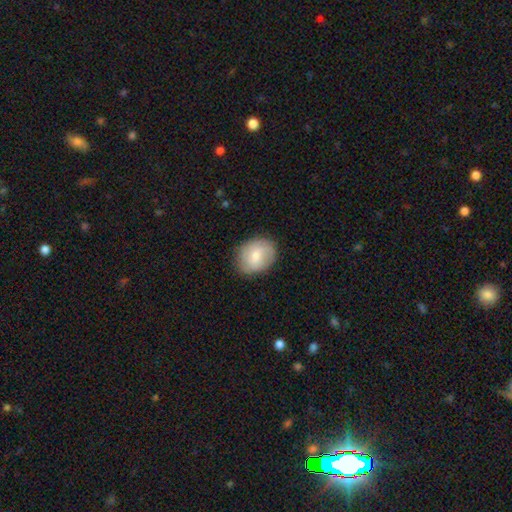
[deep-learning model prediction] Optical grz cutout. It shows a smooth galaxy with no disk features (72%) that is in between round and cigar-shaped (50%). Merging: none (80%).